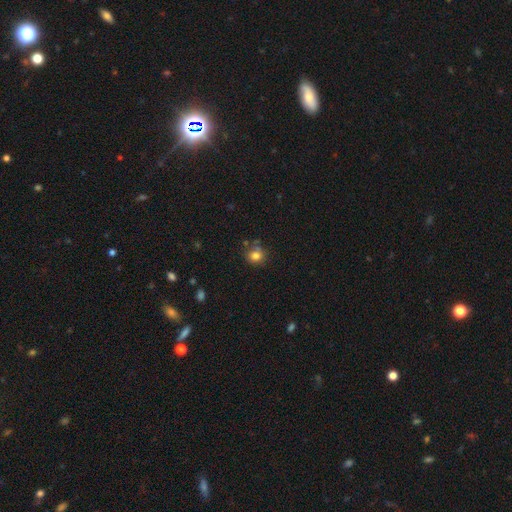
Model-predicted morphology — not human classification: A smooth galaxy with no disk features (80%) that is round (83%).

Vote fractions:
- Smooth or featured? smooth: 80% / star or artifact: 13% / featured or disk: 7%
- How rounded? round: 83% / in between: 16% / cigar-shaped: 1%
- Merging? none: 73% / minor disturbance: 14% / merger: 9% / major disturbance: 4%